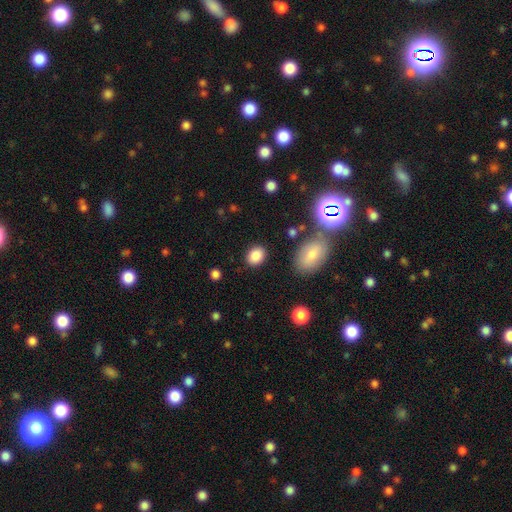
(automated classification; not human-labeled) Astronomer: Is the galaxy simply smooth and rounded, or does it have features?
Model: smooth — 86%.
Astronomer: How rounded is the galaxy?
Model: in between — 59% (runner-up: round, 40%).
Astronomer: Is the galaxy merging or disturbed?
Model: none — 85%.